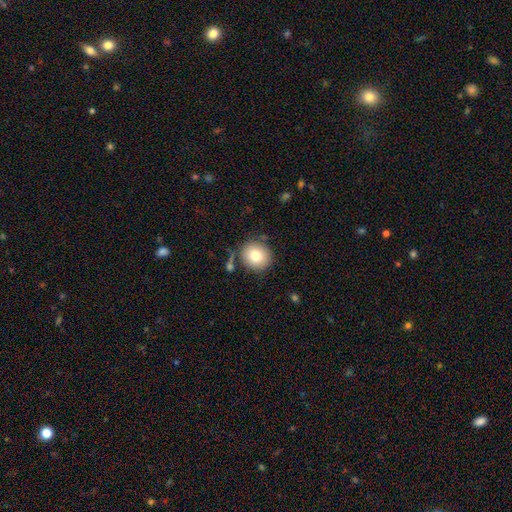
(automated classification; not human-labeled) smooth 79%, featured or disk 11%, star or artifact 10%. Down the decision tree: how rounded — round (88%); merging — none (79%).